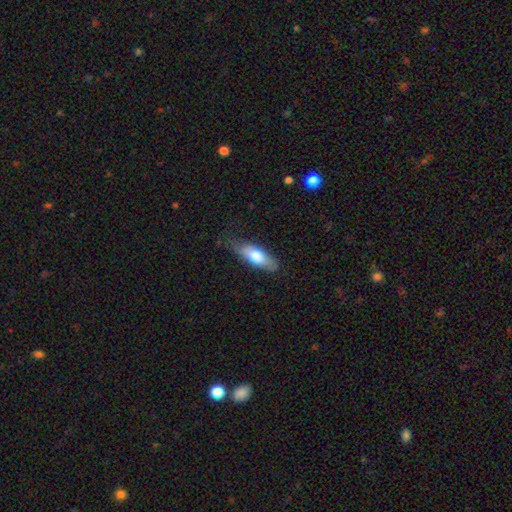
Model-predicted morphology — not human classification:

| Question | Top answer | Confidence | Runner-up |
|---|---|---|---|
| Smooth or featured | smooth | 69% | featured or disk (25%) |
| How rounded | in between | 62% | cigar-shaped (36%) |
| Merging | none | 69% | minor disturbance (25%) |